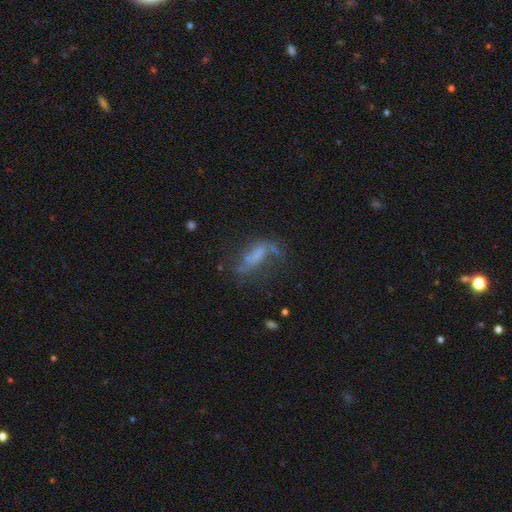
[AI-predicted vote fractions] smooth_or_featured: featured or disk (p=0.54) [alt: smooth p=0.32]
disk_edge_on: no (p=0.87) [alt: yes p=0.13]
merging: none (p=0.36) [alt: major disturbance p=0.35]